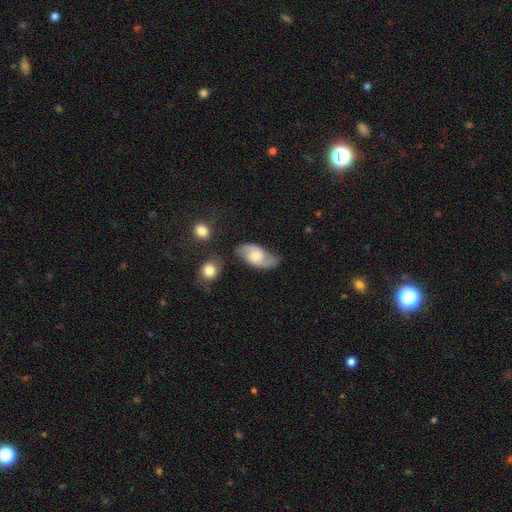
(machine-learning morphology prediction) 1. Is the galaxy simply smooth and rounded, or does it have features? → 59% featured or disk, 34% smooth, 7% star or artifact.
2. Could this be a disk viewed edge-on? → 94% no, 6% yes.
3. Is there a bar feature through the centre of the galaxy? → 62% no, 33% weak, 6% strong.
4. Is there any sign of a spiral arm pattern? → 89% yes, 11% no.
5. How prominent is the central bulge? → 46% moderate, 28% small, 15% large, 9% none, 3% dominant.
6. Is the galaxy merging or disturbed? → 64% none, 22% minor disturbance, 8% major disturbance, 6% merger.